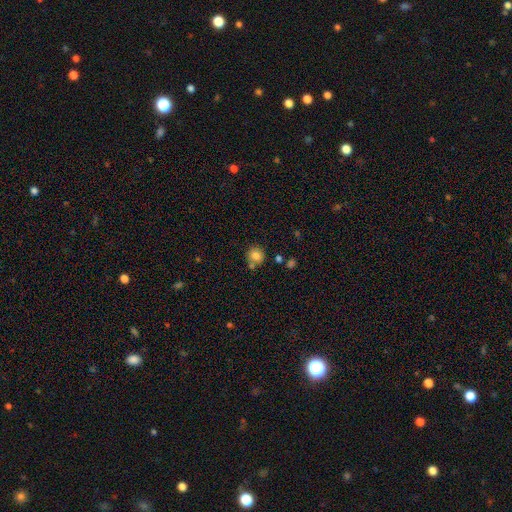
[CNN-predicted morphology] smooth 81%, star or artifact 11%, featured or disk 8%. Down the decision tree: how rounded — round (86%); merging — none (69%).